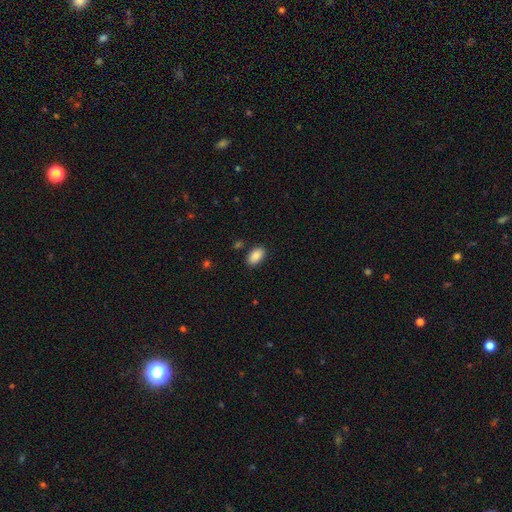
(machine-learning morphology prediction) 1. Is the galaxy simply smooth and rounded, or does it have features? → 88% smooth, 7% star or artifact, 4% featured or disk.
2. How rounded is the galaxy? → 93% in between, 5% round, 1% cigar-shaped.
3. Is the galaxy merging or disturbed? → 86% none, 9% minor disturbance, 2% major disturbance, 2% merger.